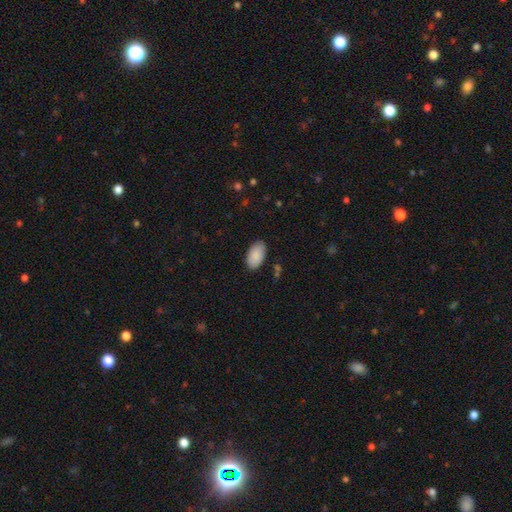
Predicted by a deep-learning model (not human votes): The model was most divided on "merging": none: 85%, minor disturbance: 11%, major disturbance: 2%, merger: 1%. More confident: how rounded — in between (96%); smooth or featured — smooth (89%).